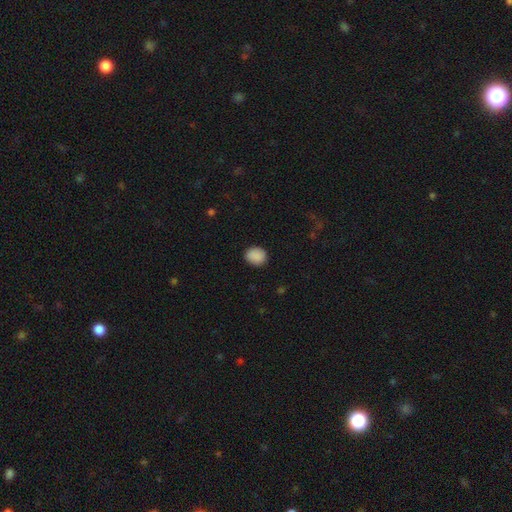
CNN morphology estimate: Smooth or featured: smooth — 89% (star or artifact — 8%)
How rounded: round — 62% (in between — 37%)
Merging: none — 87% (minor disturbance — 9%)